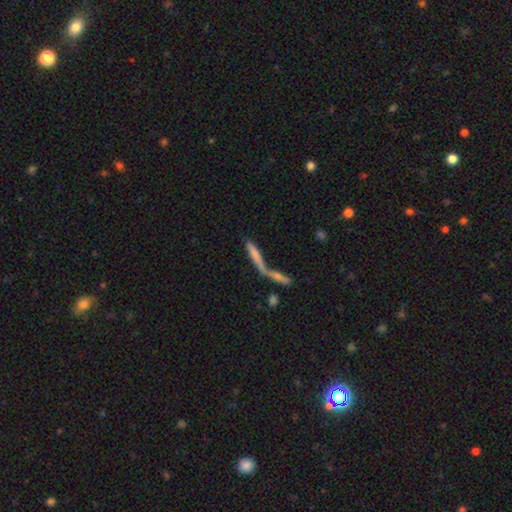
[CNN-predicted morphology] Q: Smooth or featured?
A: smooth (58%); runner-up: featured or disk (32%)
Q: How rounded?
A: cigar-shaped (82%); runner-up: in between (15%)
Q: Merging?
A: merger (62%); runner-up: none (20%)